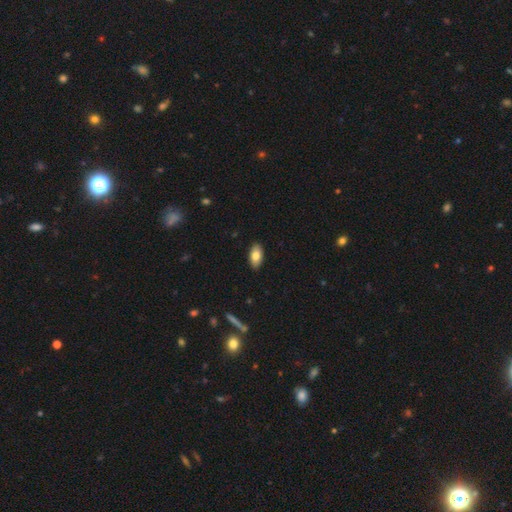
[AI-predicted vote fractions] The model was most divided on "smooth or featured": smooth: 81%, featured or disk: 13%, star or artifact: 7%. More confident: how rounded — in between (92%); merging — none (89%).